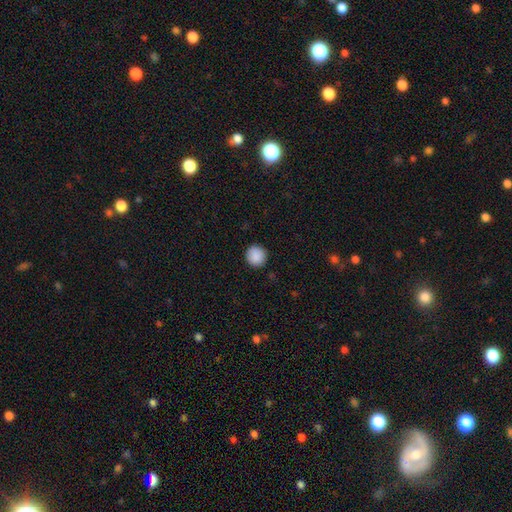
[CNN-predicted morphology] This appears to be a smooth galaxy with no disk features (89%) that is round (93%). Merging: none (91%).